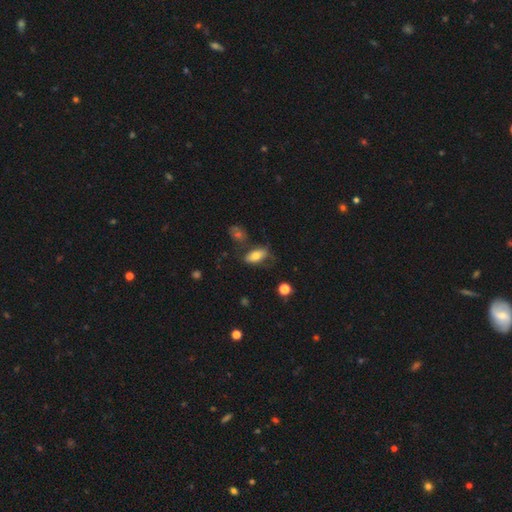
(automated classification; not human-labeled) Smooth or featured?
  - smooth: 72% *
  - featured or disk: 20%
  - star or artifact: 8%
How rounded?
  - in between: 86% *
  - cigar-shaped: 10%
  - round: 4%
Merging?
  - none: 60% *
  - minor disturbance: 23%
  - major disturbance: 10%
  - merger: 7%